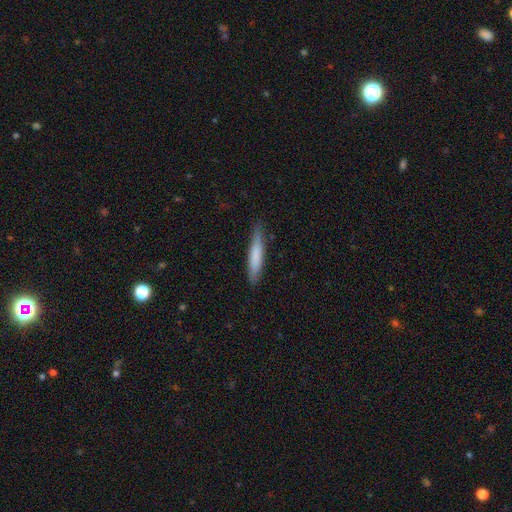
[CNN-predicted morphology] smooth 73%, featured or disk 22%, star or artifact 6%. Down the decision tree: how rounded — cigar-shaped (91%); merging — none (84%).